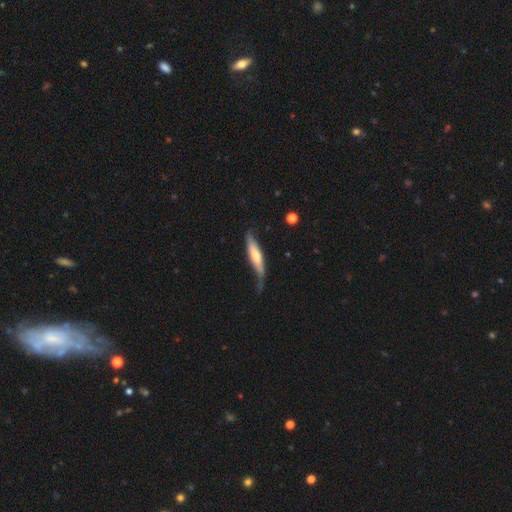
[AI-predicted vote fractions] A smooth galaxy with no disk features (53%) that is cigar-shaped (76%).

Vote fractions:
- Smooth or featured? smooth: 53% / featured or disk: 42% / star or artifact: 5%
- How rounded? cigar-shaped: 76% / in between: 22% / round: 2%
- Merging? none: 46% / minor disturbance: 35% / major disturbance: 16% / merger: 3%